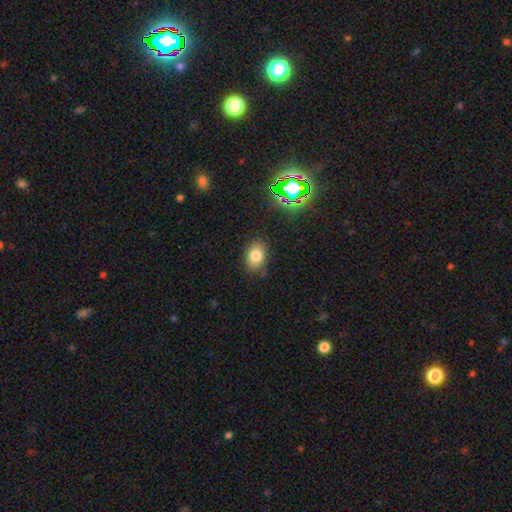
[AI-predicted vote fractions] The model was most divided on "how rounded": in between: 77%, round: 22%, cigar-shaped: 1%. More confident: merging — none (83%); smooth or featured — smooth (79%).